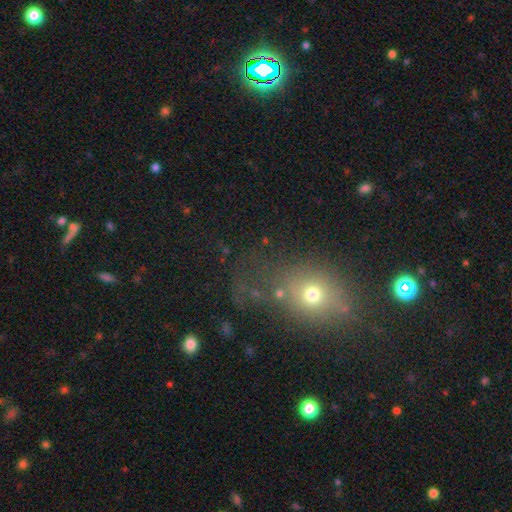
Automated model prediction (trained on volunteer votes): This is possibly a smooth galaxy (53%). How rounded: possibly round (52%). Merging: likely none (65%).